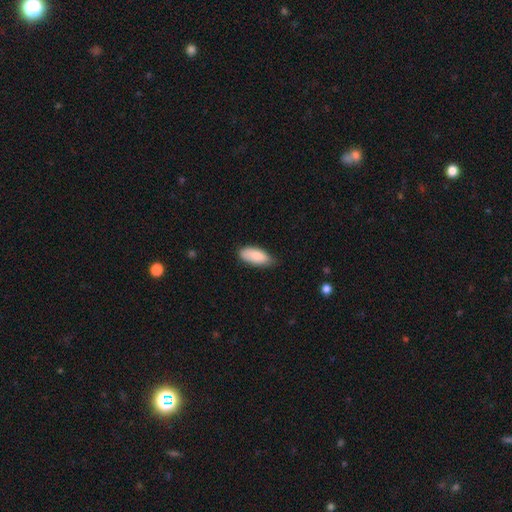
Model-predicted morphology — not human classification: This is clearly a smooth galaxy (86%). How rounded: clearly in between (84%). Merging: likely none (68%).